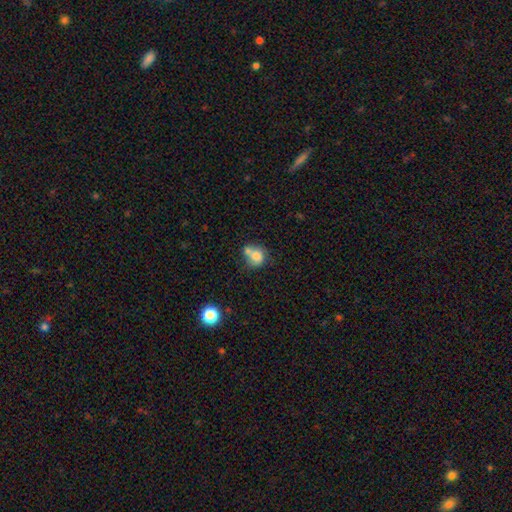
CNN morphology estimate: Overall: smooth (75%). How rounded: round (72%). Merging: merger (47%; none 34%).